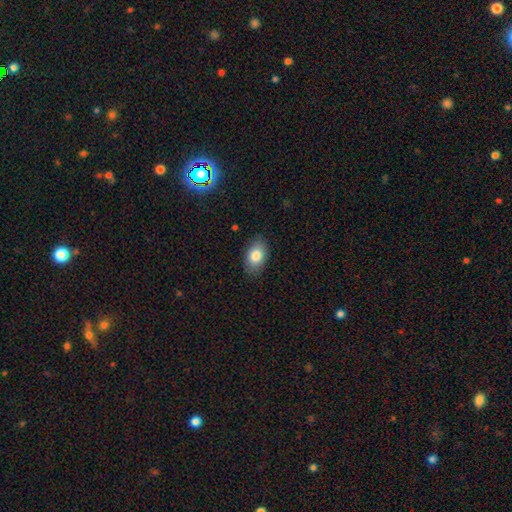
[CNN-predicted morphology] smooth_or_featured: smooth (p=0.83) [alt: featured or disk p=0.10]
how_rounded: in between (p=0.89) [alt: round p=0.10]
merging: none (p=0.85) [alt: minor disturbance p=0.12]